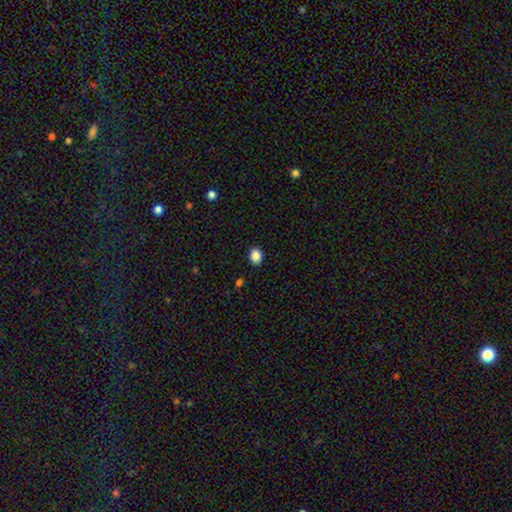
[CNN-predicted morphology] Smooth or featured? smooth (86%)
How rounded? in between (59%)
Merging? none (90%)